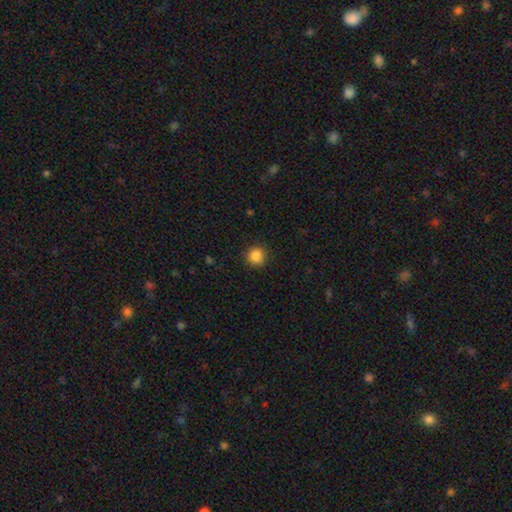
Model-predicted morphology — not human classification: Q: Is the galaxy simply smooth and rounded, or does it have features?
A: smooth — 86%.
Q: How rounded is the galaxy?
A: round — 91%.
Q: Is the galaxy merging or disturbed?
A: none — 88%.